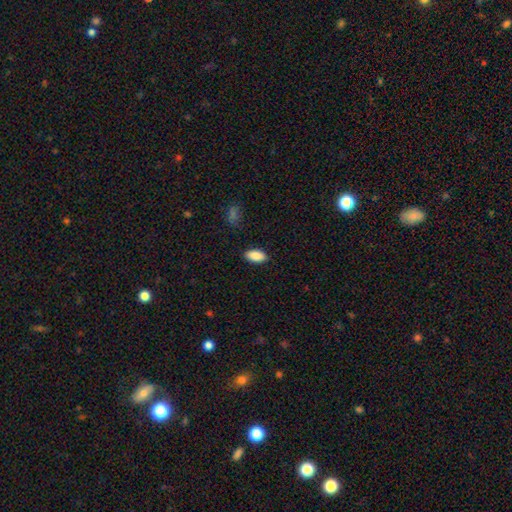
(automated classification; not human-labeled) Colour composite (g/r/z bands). It shows a smooth galaxy with no disk features (89%) that is in between round and cigar-shaped (93%). Merging: none (88%).